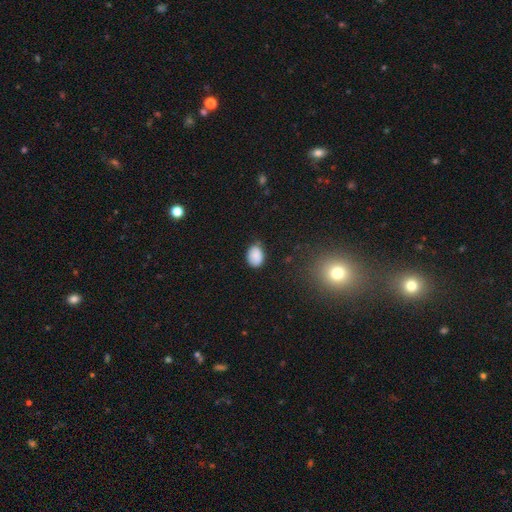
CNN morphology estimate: smooth-or-featured: smooth: 85% | star or artifact: 9% | featured or disk: 6%
  how-rounded: in between: 68% | round: 31% | cigar-shaped: 1%
  merging: none: 69% | minor disturbance: 25% | major disturbance: 4% | merger: 2%